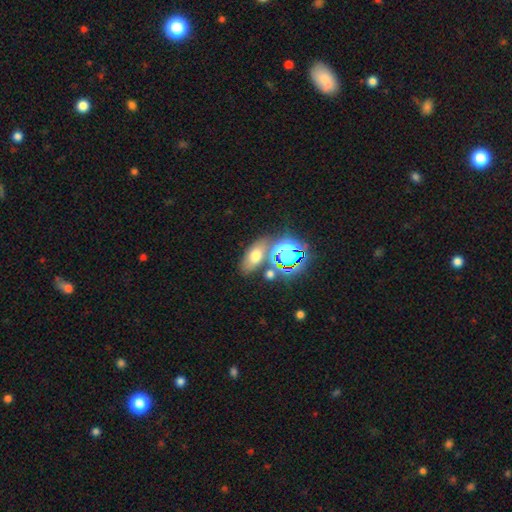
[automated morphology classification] Smooth or featured? Predicted: star or artifact (p=0.68).